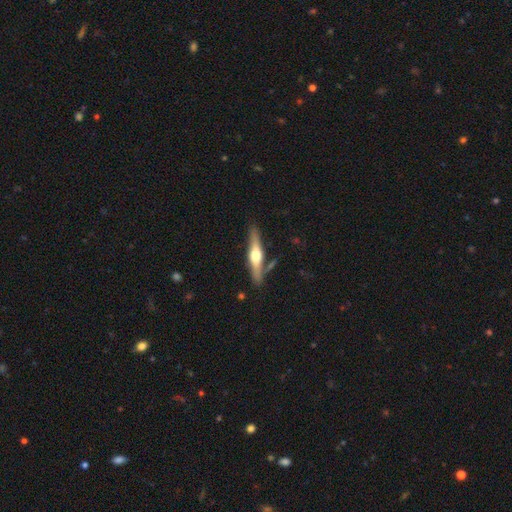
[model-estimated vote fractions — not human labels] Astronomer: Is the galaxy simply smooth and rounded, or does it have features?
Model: featured or disk — 66%.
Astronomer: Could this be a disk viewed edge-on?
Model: yes — 96%.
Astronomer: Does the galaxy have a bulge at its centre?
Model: rounded — 93%.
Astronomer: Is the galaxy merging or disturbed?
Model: none — 78%.